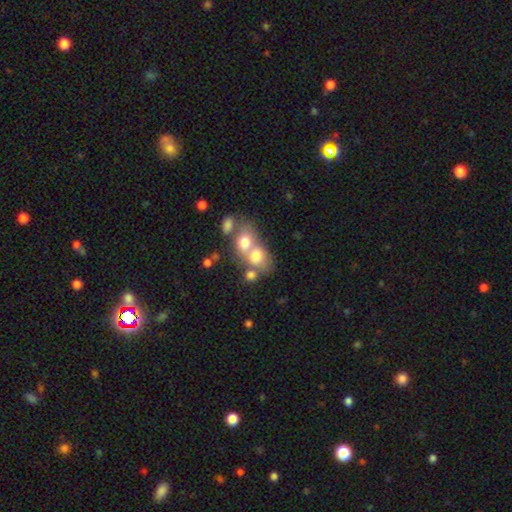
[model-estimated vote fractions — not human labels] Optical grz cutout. It shows a smooth galaxy with no disk features (70%) that is in between round and cigar-shaped (50%). Merging: merger (63%).